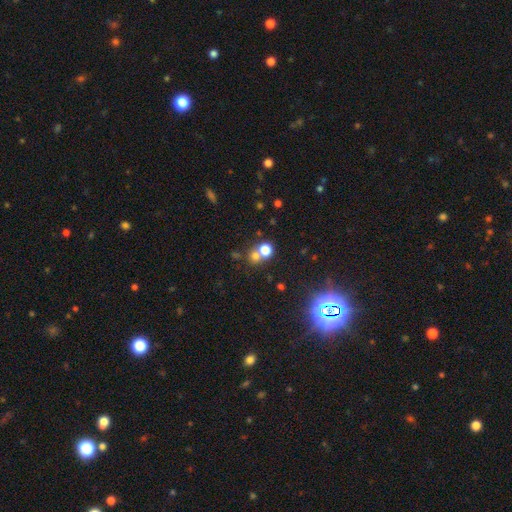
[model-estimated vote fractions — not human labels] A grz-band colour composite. It shows a smooth galaxy with no disk features (69%) that is round (83%). Merging: none (47%).